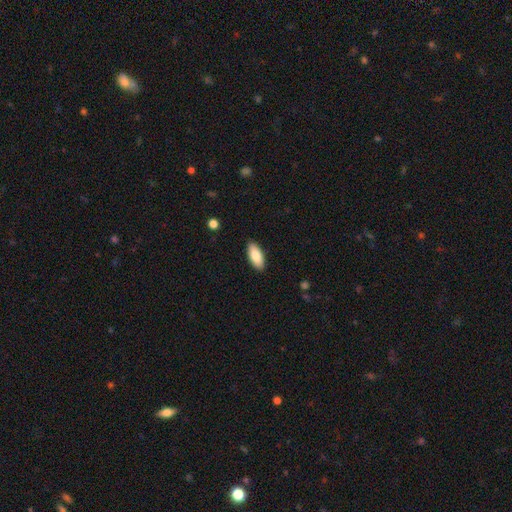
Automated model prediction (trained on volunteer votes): The model was most divided on "how rounded": in between: 84%, cigar-shaped: 14%, round: 2%. More confident: merging — none (89%); smooth or featured — smooth (83%).